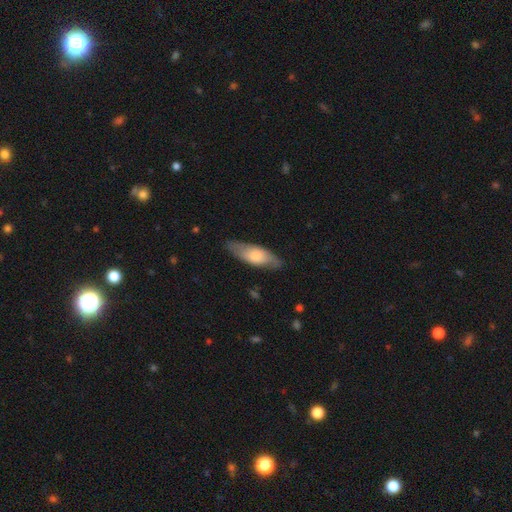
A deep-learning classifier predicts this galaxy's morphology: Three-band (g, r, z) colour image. It shows a smooth galaxy with no disk features (64%) that is in between round and cigar-shaped (63%). Merging: none (79%).